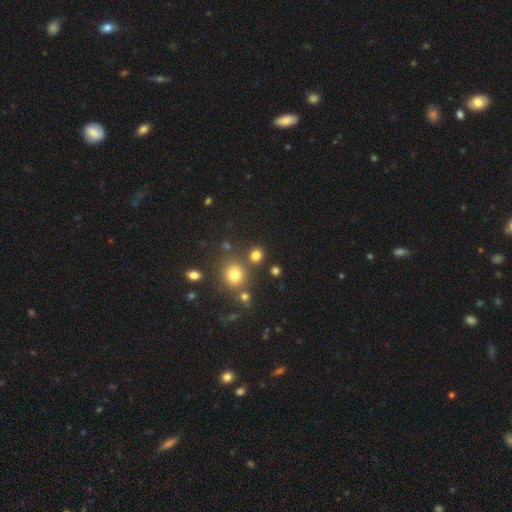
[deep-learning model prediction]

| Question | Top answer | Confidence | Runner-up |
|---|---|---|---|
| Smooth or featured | smooth | 77% | star or artifact (17%) |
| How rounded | round | 85% | in between (14%) |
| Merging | none | 79% | merger (10%) |